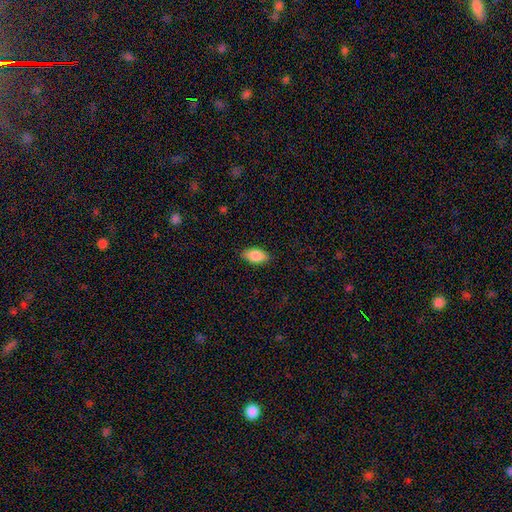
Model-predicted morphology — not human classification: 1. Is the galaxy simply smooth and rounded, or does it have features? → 86% smooth, 7% featured or disk, 7% star or artifact.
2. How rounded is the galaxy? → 92% in between, 4% cigar-shaped, 4% round.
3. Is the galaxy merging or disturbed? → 87% none, 10% minor disturbance, 2% major disturbance, 1% merger.